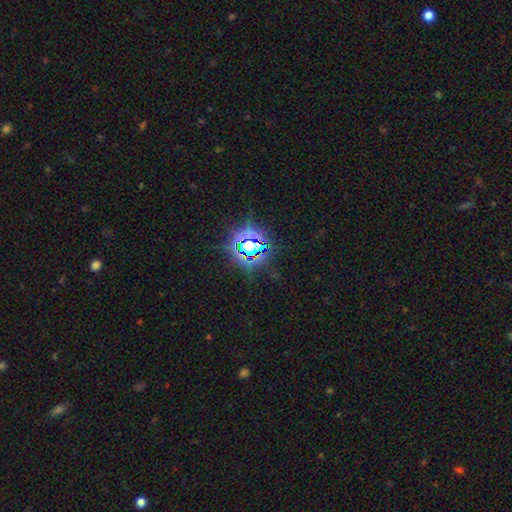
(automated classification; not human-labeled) The model was most divided on "smooth or featured": star or artifact: 81%, smooth: 12%, featured or disk: 7%.